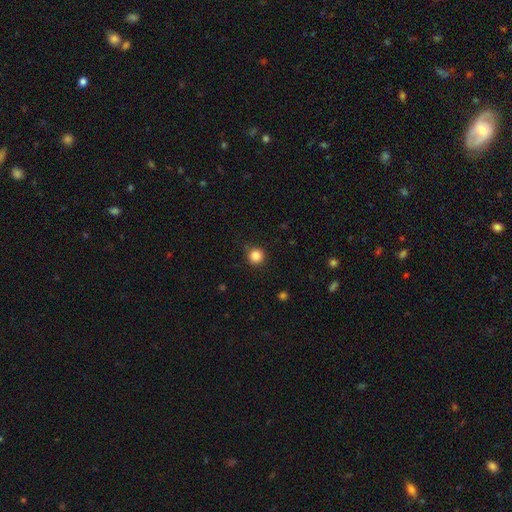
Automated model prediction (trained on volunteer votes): smooth_or_featured: smooth (p=0.86) [alt: star or artifact p=0.11]
how_rounded: round (p=0.94) [alt: in between p=0.05]
merging: none (p=0.85) [alt: minor disturbance p=0.11]